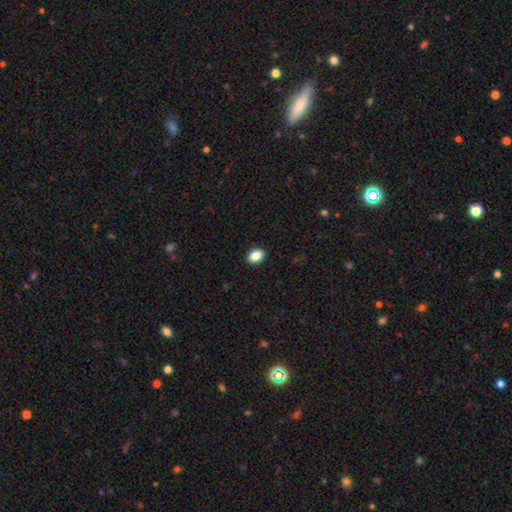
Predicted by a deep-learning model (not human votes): Q: Smooth or featured?
A: smooth (88%); runner-up: star or artifact (8%)
Q: How rounded?
A: in between (79%); runner-up: round (19%)
Q: Merging?
A: none (91%); runner-up: minor disturbance (7%)